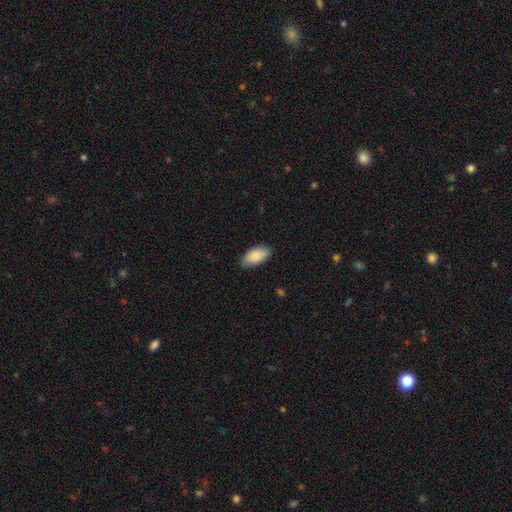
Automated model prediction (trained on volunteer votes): Q: Smooth or featured?
A: smooth (88%); runner-up: featured or disk (6%)
Q: How rounded?
A: in between (94%); runner-up: cigar-shaped (4%)
Q: Merging?
A: none (82%); runner-up: minor disturbance (15%)